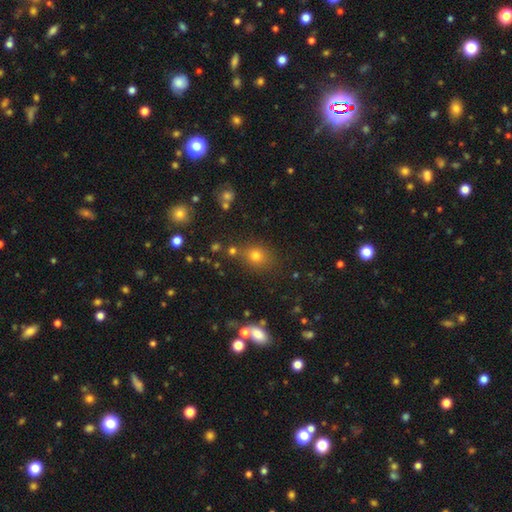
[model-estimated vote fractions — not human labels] smooth 72%, star or artifact 20%, featured or disk 8%. Down the decision tree: how rounded — round (73%); merging — none (76%).